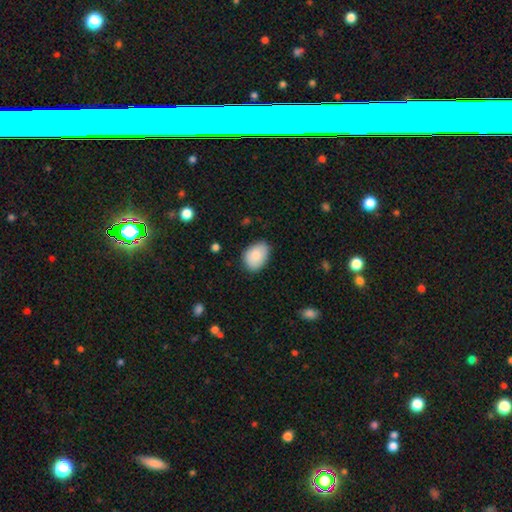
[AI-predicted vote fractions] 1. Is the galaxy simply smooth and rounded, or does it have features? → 84% smooth, 9% featured or disk, 7% star or artifact.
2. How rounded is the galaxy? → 78% in between, 21% round, 1% cigar-shaped.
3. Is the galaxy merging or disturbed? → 74% none, 21% minor disturbance, 3% major disturbance, 1% merger.